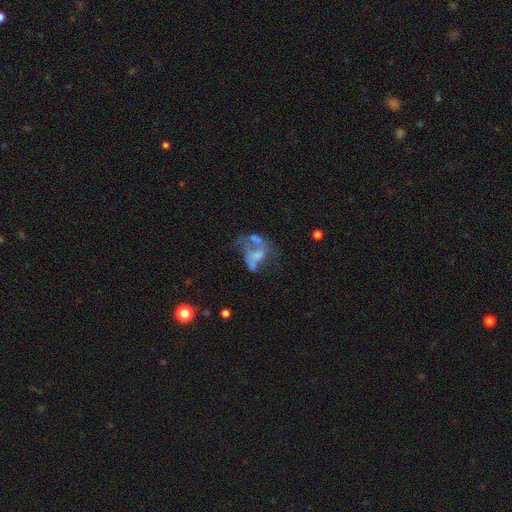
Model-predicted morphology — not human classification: This is possibly a featured or disk galaxy (57%). It is clearly not viewed edge-on (98%). Bar: clearly no (82%). Spiral arm pattern: clearly no (83%). Central bulge: possibly none (60%). Merging: marginally merger (34%).